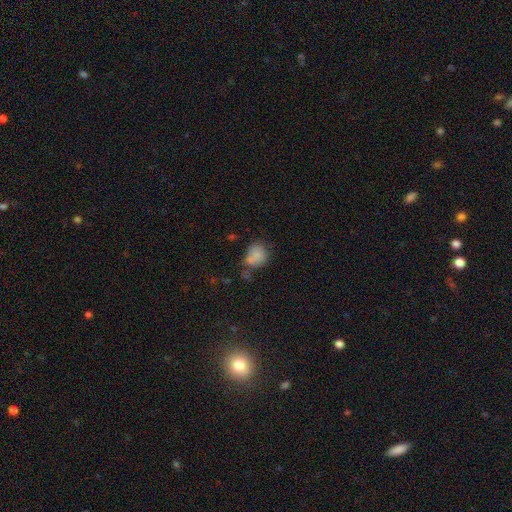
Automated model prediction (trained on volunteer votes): This appears to be a smooth galaxy with no disk features (80%) that is round (69%). Merging: none (44%).